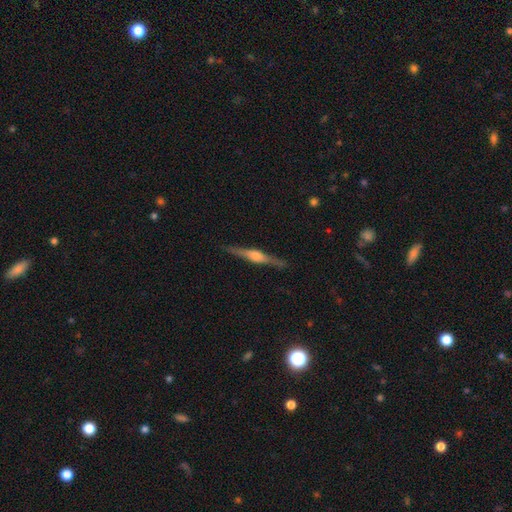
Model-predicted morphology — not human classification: Q: Smooth or featured?
A: featured or disk (75%); runner-up: smooth (19%)
Q: Edge-on disk?
A: yes (98%); runner-up: no (2%)
Q: Edge-on bulge?
A: rounded (72%); runner-up: boxy (23%)
Q: Merging?
A: none (89%); runner-up: minor disturbance (8%)